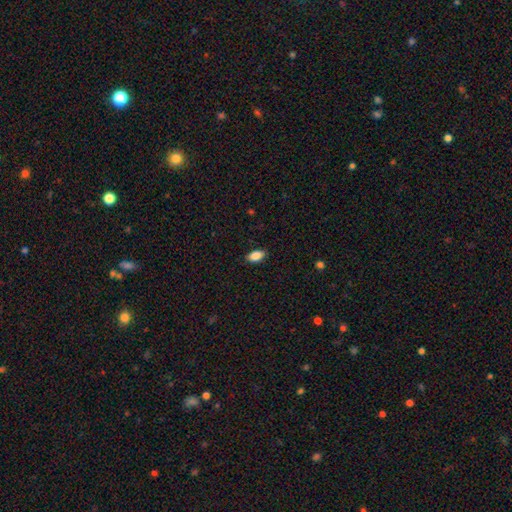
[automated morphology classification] smooth_or_featured: smooth (p=0.88) [alt: star or artifact p=0.07]
how_rounded: in between (p=0.92) [alt: round p=0.04]
merging: none (p=0.87) [alt: minor disturbance p=0.09]